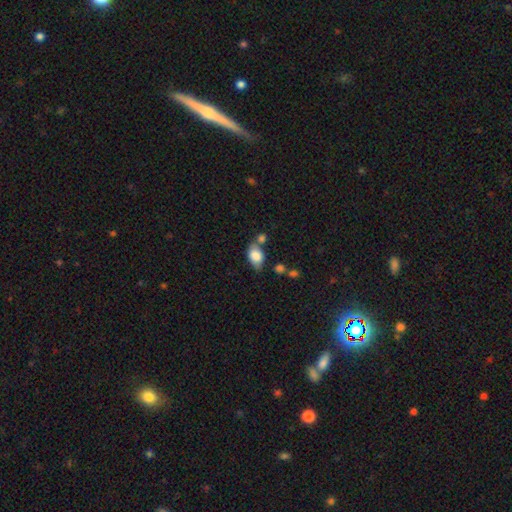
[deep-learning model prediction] Smooth or featured? Predicted: smooth (p=0.82). How rounded? Predicted: in between (p=0.82). Merging? Predicted: none (p=0.47).